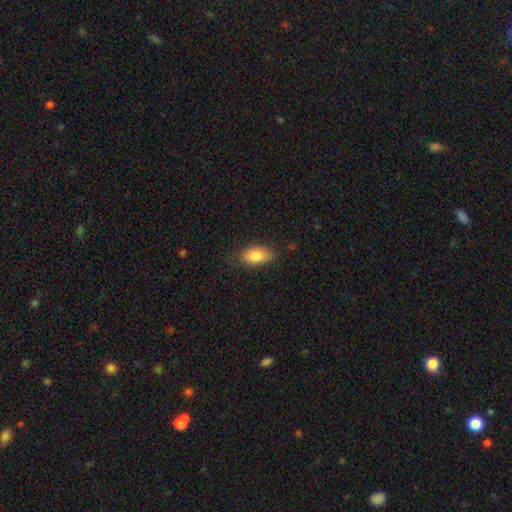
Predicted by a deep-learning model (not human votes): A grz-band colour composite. It shows a smooth galaxy with no disk features (83%) that is in between round and cigar-shaped (91%). Merging: none (81%).